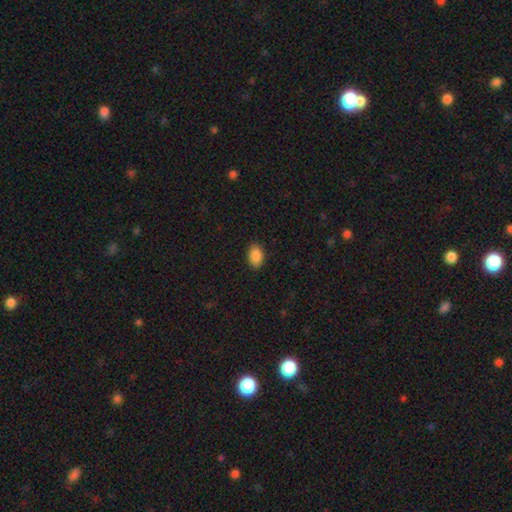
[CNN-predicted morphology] A smooth galaxy with no disk features (88%) that is in between round and cigar-shaped (89%).

Vote fractions:
- Smooth or featured? smooth: 88% / star or artifact: 8% / featured or disk: 4%
- How rounded? in between: 89% / round: 9% / cigar-shaped: 1%
- Merging? none: 89% / minor disturbance: 8% / major disturbance: 2% / merger: 1%